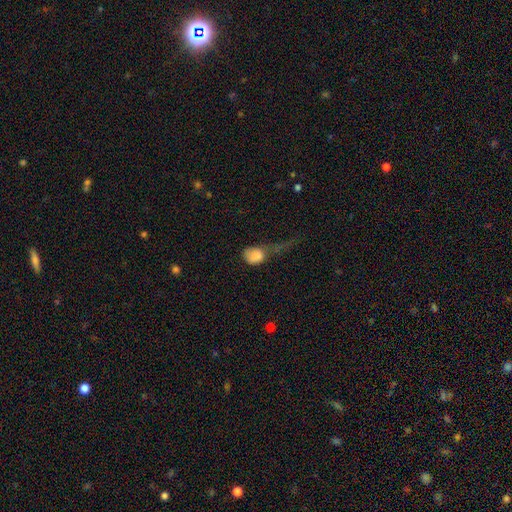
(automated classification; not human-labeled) The model was most divided on "how rounded": in between: 58%, round: 39%, cigar-shaped: 2%. More confident: smooth or featured — smooth (79%); merging — major disturbance (59%).